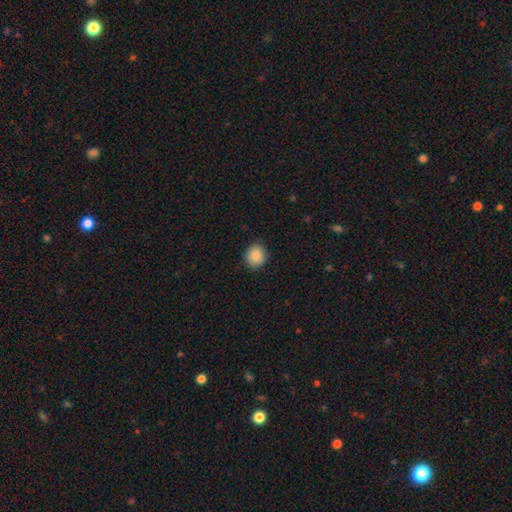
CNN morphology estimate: A smooth galaxy with no disk features (88%) that is round (72%).

Vote fractions:
- Smooth or featured? smooth: 88% / star or artifact: 8% / featured or disk: 4%
- How rounded? round: 72% / in between: 27% / cigar-shaped: 1%
- Merging? none: 87% / minor disturbance: 10% / major disturbance: 2% / merger: 1%